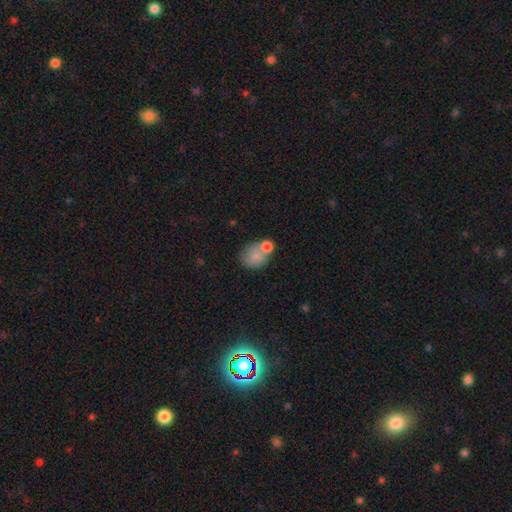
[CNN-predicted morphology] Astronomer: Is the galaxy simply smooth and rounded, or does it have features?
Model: smooth — 76%.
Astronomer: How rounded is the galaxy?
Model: round — 53% (runner-up: in between, 46%).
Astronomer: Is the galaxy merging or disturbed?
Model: merger — 43% (runner-up: none, 34%).